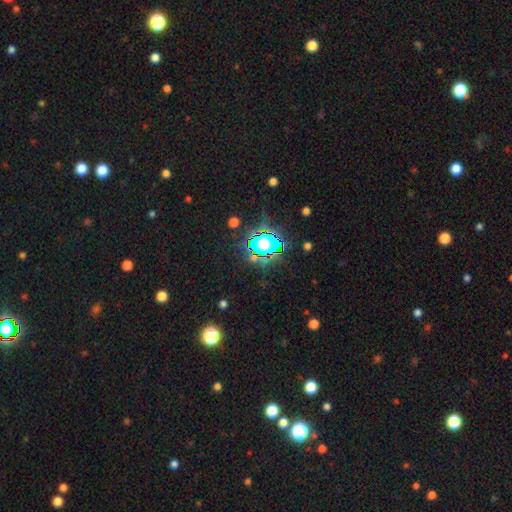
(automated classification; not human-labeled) Smooth or featured? Predicted: star or artifact (p=0.73).